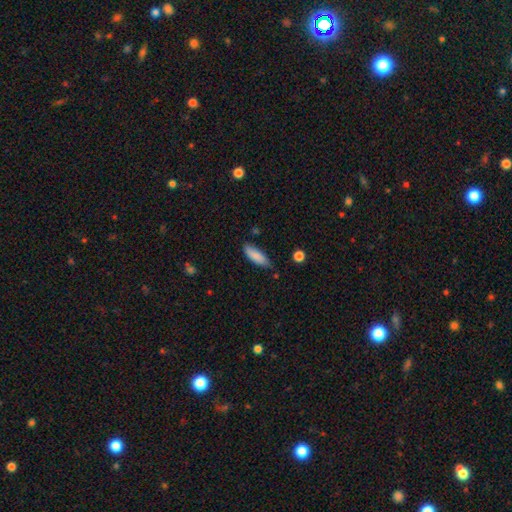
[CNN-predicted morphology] smooth 86%, featured or disk 7%, star or artifact 6%. Down the decision tree: how rounded — in between (59%); merging — none (72%).